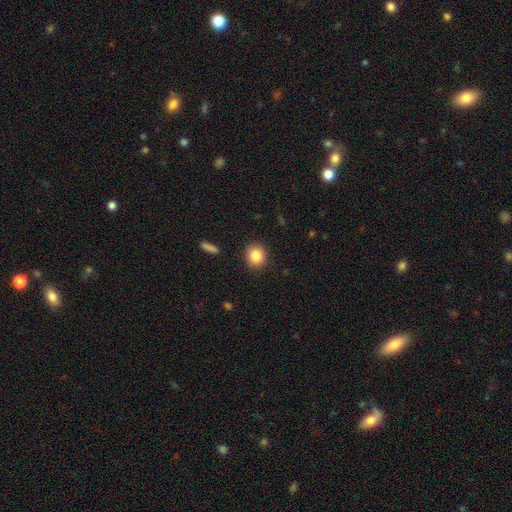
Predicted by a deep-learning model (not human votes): Q: Smooth or featured?
A: smooth (84%); runner-up: star or artifact (9%)
Q: How rounded?
A: round (80%); runner-up: in between (19%)
Q: Merging?
A: none (90%); runner-up: minor disturbance (7%)